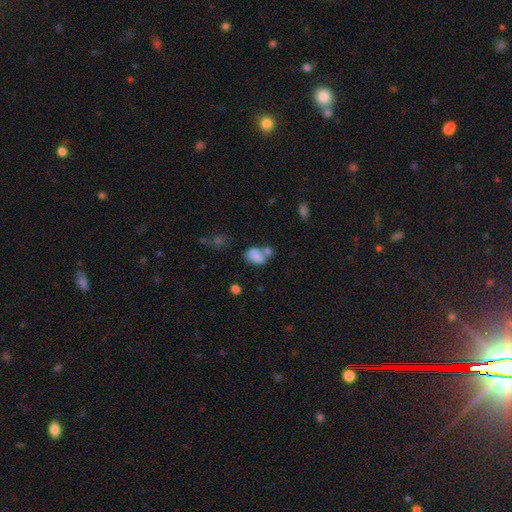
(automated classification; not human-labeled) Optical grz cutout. It shows a smooth galaxy with no disk features (76%) that is in between round and cigar-shaped (78%). Merging: merger (45%).